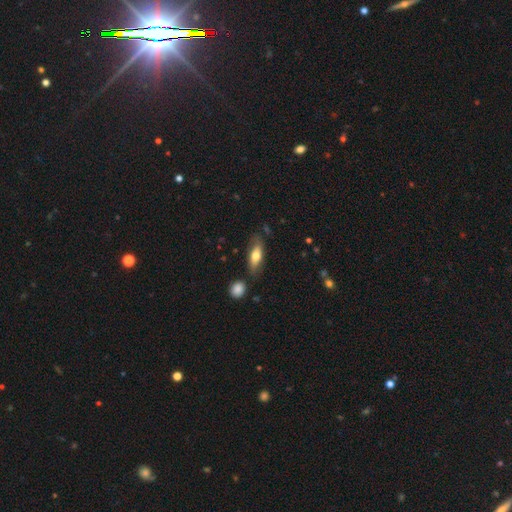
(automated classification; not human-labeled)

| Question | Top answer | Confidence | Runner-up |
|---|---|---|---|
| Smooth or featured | smooth | 68% | featured or disk (26%) |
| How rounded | in between | 70% | cigar-shaped (27%) |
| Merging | none | 73% | minor disturbance (18%) |